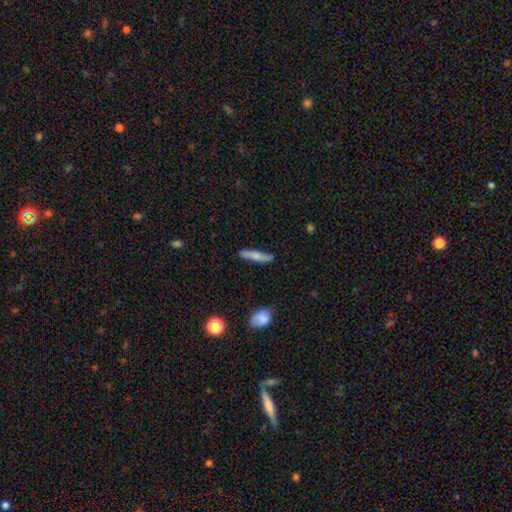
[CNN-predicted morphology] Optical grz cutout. It shows a smooth galaxy with no disk features (65%) that is cigar-shaped (86%). Merging: none (83%).